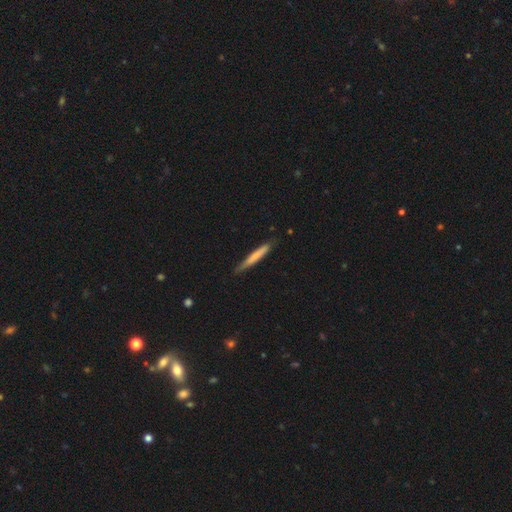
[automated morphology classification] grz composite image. It shows a smooth galaxy with no disk features (67%) that is cigar-shaped (95%). Merging: none (79%).